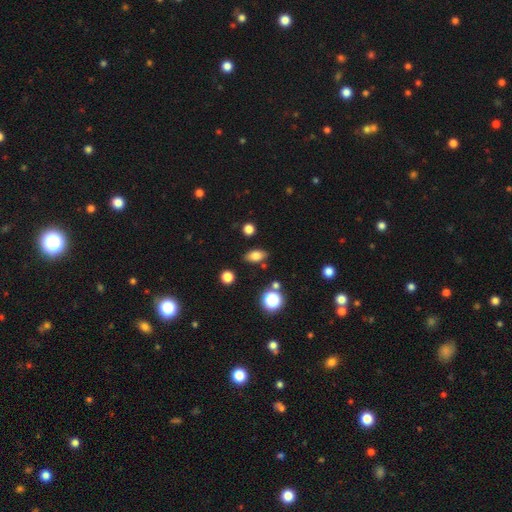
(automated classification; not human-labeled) This is likely a smooth galaxy (78%). How rounded: clearly in between (84%). Merging: clearly none (83%).